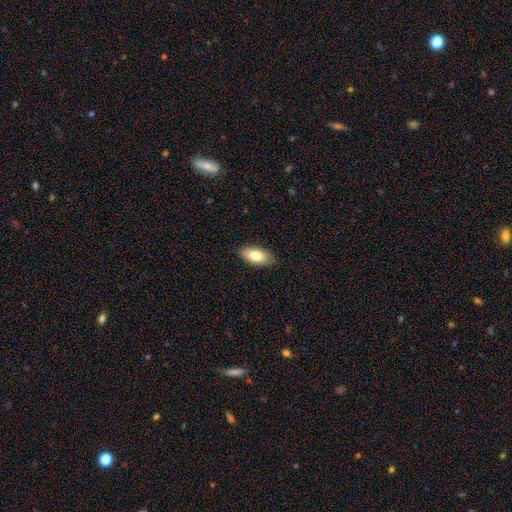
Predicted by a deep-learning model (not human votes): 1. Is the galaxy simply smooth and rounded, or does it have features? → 80% smooth, 14% featured or disk, 6% star or artifact.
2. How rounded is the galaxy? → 90% in between, 7% cigar-shaped, 3% round.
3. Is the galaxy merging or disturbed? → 86% none, 11% minor disturbance, 2% major disturbance, 1% merger.